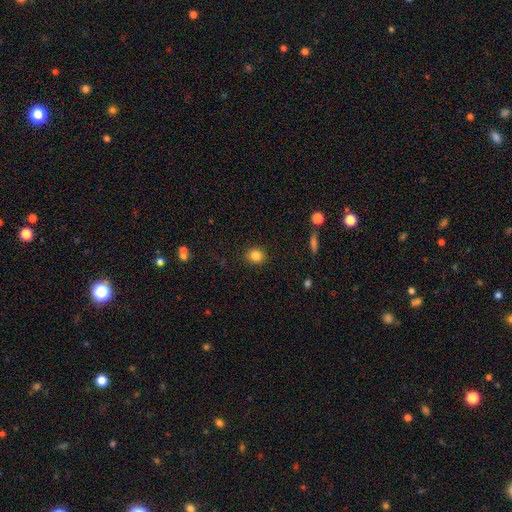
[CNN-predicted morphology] A smooth galaxy with no disk features (84%) that is round (79%). Merging: none (88%).